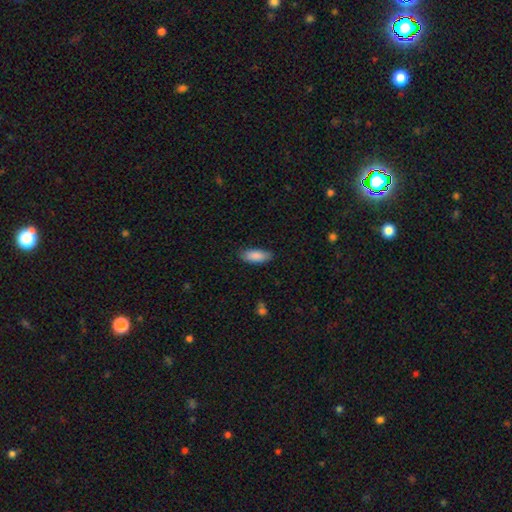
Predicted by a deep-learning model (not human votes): Overall: smooth (89%). How rounded: in between (84%). Merging: none (83%).